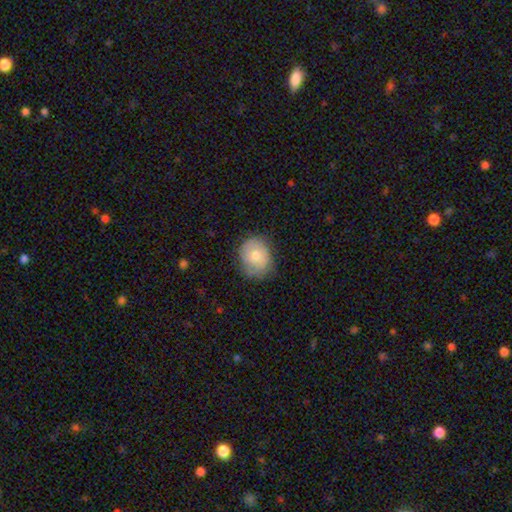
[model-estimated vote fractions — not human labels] Smooth or featured: smooth — 70% (featured or disk — 22%)
How rounded: round — 64% (in between — 35%)
Merging: none — 73% (minor disturbance — 21%)